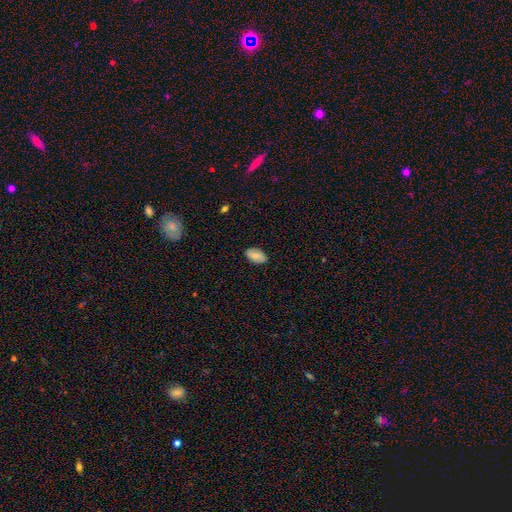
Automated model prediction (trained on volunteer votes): smooth-or-featured: smooth: 77% | featured or disk: 16% | star or artifact: 7%
  how-rounded: in between: 94% | round: 4% | cigar-shaped: 2%
  merging: none: 86% | minor disturbance: 11% | major disturbance: 2% | merger: 1%